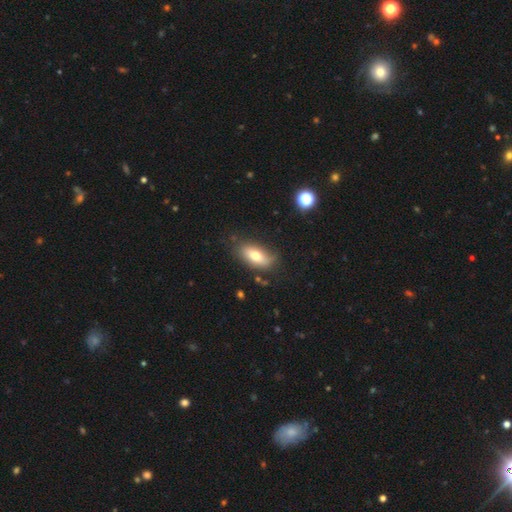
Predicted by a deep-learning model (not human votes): The model was most divided on "smooth or featured": smooth: 70%, featured or disk: 22%, star or artifact: 8%. More confident: how rounded — in between (89%); merging — none (73%).